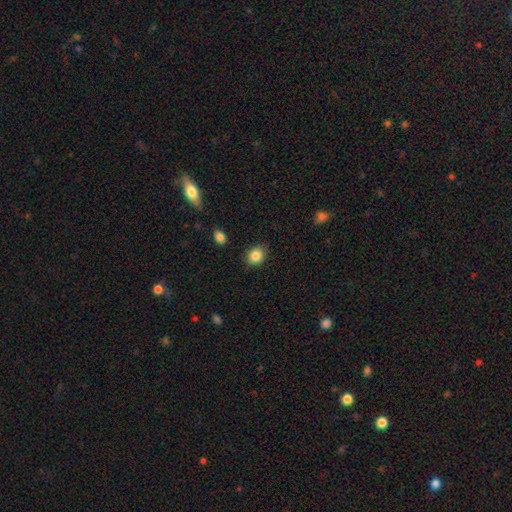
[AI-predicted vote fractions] Smooth or featured? smooth (86%)
How rounded? round (54%)
Merging? none (82%)